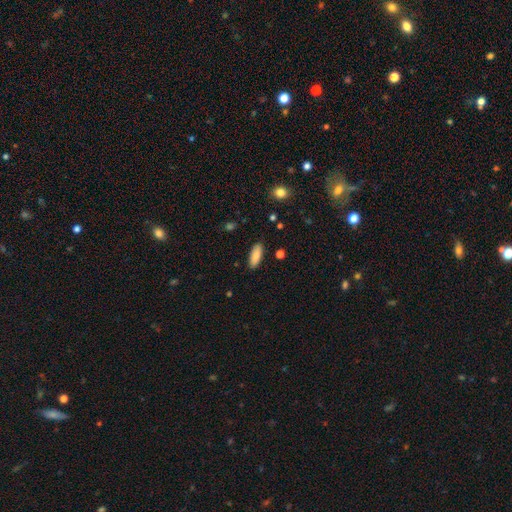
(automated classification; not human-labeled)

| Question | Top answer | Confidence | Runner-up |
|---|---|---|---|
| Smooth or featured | smooth | 86% | featured or disk (7%) |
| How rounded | in between | 74% | cigar-shaped (25%) |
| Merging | none | 88% | minor disturbance (9%) |